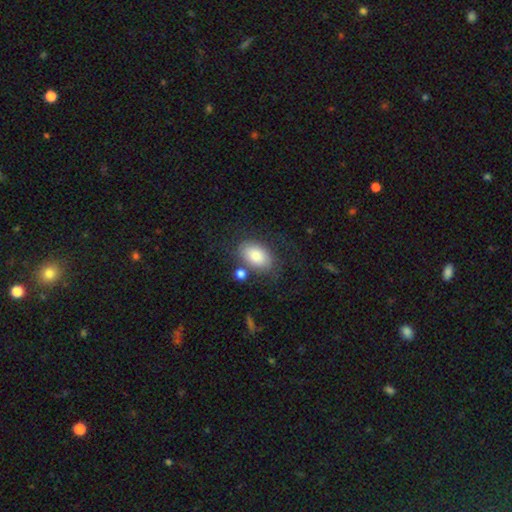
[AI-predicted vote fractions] Overall: smooth (81%). How rounded: in between (89%). Merging: none (67%).